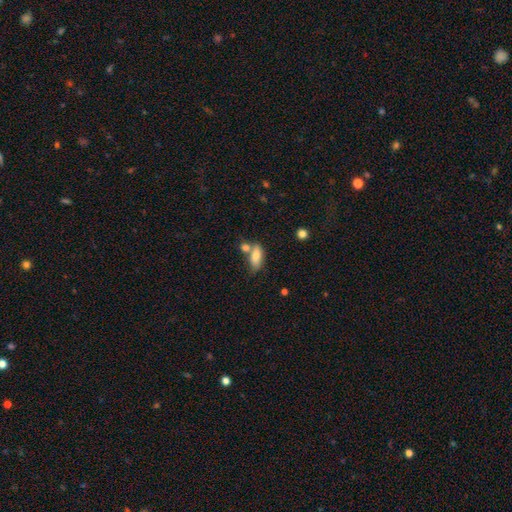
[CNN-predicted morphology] type=smooth (77%); roundness=in between (77%); merging=none (47%).